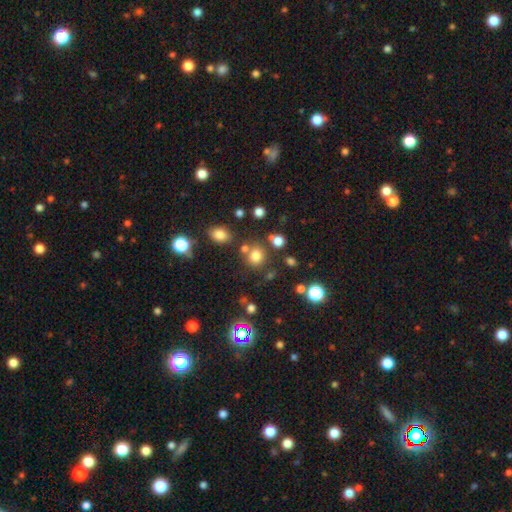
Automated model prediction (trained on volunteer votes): Smooth or featured?
  - smooth: 75% *
  - star or artifact: 17%
  - featured or disk: 8%
How rounded?
  - round: 81% *
  - in between: 18%
  - cigar-shaped: 1%
Merging?
  - none: 72% *
  - merger: 13%
  - minor disturbance: 10%
  - major disturbance: 4%